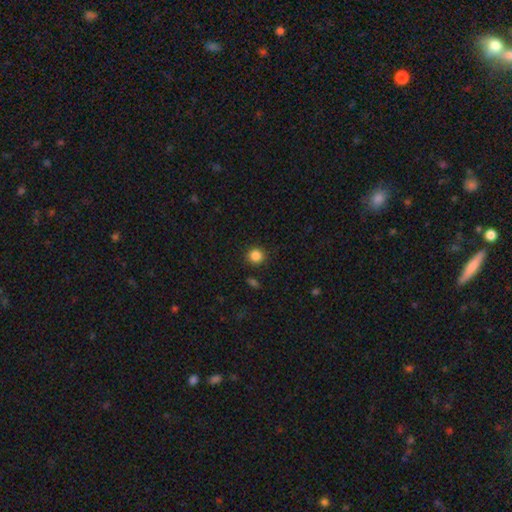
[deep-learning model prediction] Overall: smooth (85%). How rounded: round (92%). Merging: none (89%).